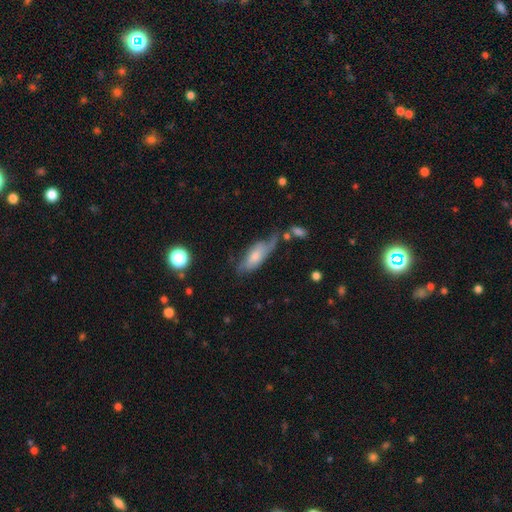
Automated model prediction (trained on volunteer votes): smooth-or-featured: smooth: 56% | featured or disk: 37% | star or artifact: 7%
  how-rounded: in between: 71% | cigar-shaped: 26% | round: 3%
  merging: none: 36% | minor disturbance: 33% | major disturbance: 22% | merger: 9%